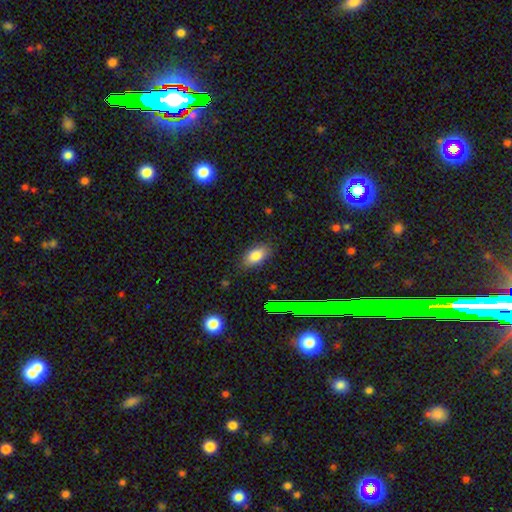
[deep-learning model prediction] A smooth galaxy with no disk features (80%) that is in between round and cigar-shaped (90%). Merging: none (84%).